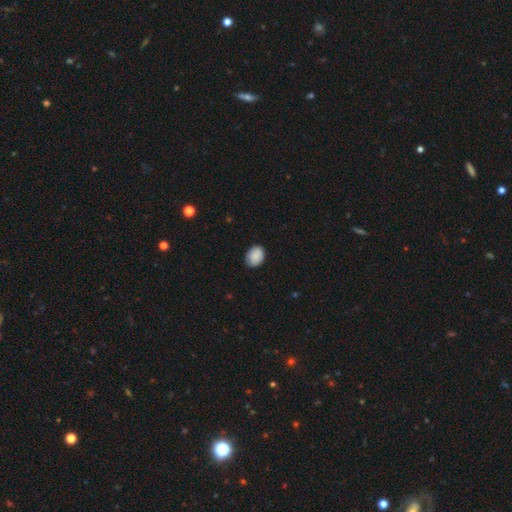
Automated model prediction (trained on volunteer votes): smooth-or-featured: smooth: 89% | star or artifact: 7% | featured or disk: 4%
  how-rounded: in between: 70% | round: 29% | cigar-shaped: 1%
  merging: none: 85% | minor disturbance: 12% | major disturbance: 2% | merger: 1%